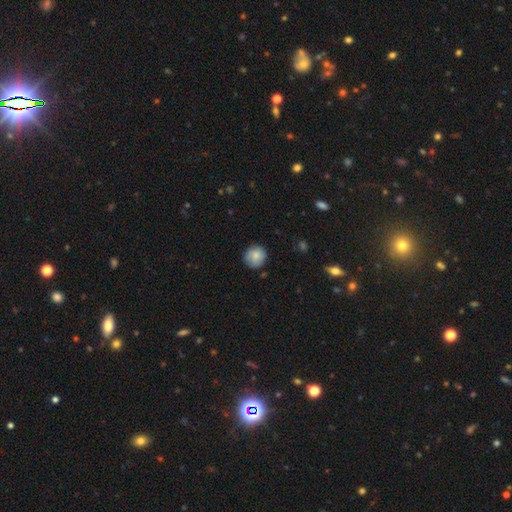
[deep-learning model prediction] Smooth or featured? Predicted: smooth (p=0.83). How rounded? Predicted: round (p=0.92). Merging? Predicted: none (p=0.84).